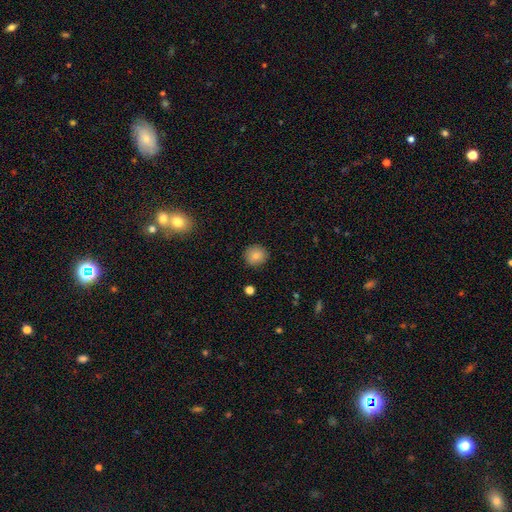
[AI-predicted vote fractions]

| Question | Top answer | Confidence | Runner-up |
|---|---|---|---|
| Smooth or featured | smooth | 82% | star or artifact (10%) |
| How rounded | round | 87% | in between (12%) |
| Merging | none | 89% | minor disturbance (8%) |